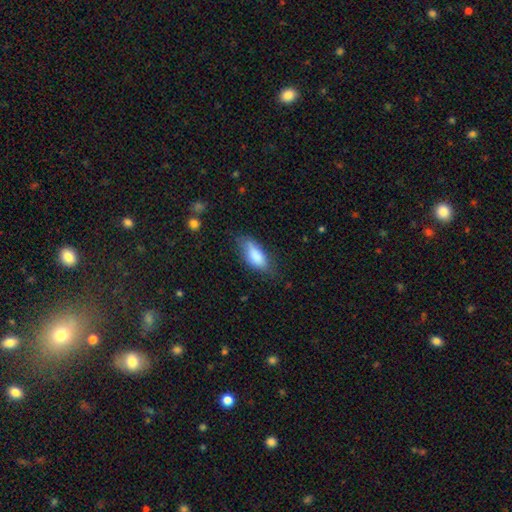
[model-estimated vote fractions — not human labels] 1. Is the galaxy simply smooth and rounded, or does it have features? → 82% smooth, 11% featured or disk, 7% star or artifact.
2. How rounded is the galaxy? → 82% in between, 16% cigar-shaped, 3% round.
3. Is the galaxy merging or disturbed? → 57% none, 31% minor disturbance, 9% major disturbance, 2% merger.